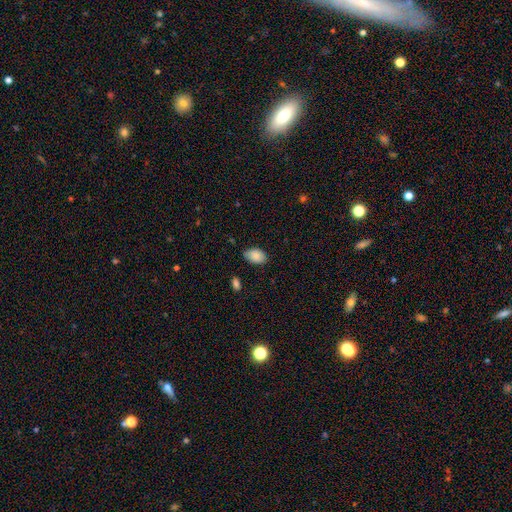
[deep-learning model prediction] This appears to be a smooth galaxy with no disk features (85%) that is in between round and cigar-shaped (90%). Merging: none (74%).